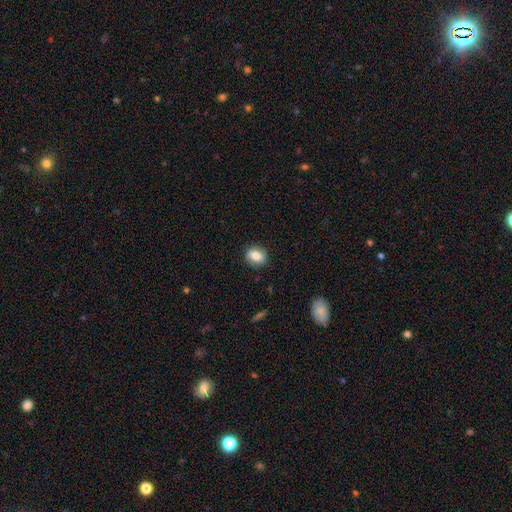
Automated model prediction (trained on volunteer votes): Smooth or featured? Predicted: smooth (p=0.77). How rounded? Predicted: in between (p=0.51). Merging? Predicted: none (p=0.85).